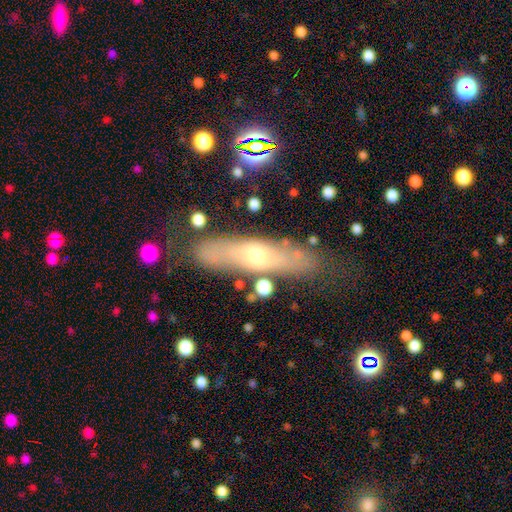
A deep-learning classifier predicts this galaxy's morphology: This is possibly a featured or disk galaxy (51%). It is possibly viewed edge-on (53%). Merging: likely none (74%).